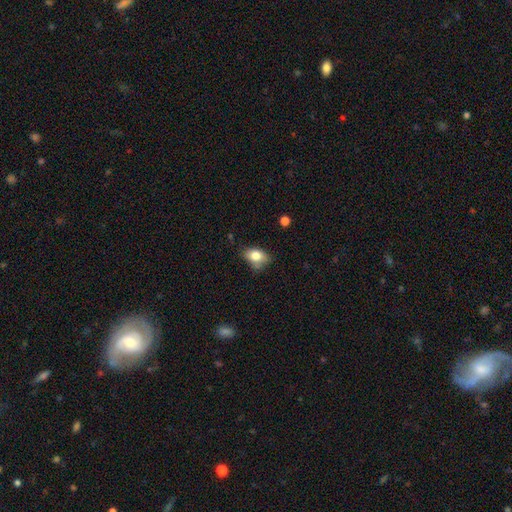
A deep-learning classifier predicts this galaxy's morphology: A smooth galaxy with no disk features (81%) that is in between round and cigar-shaped (79%).

Vote fractions:
- Smooth or featured? smooth: 81% / featured or disk: 10% / star or artifact: 9%
- How rounded? in between: 79% / round: 19% / cigar-shaped: 2%
- Merging? none: 61% / minor disturbance: 28% / major disturbance: 6% / merger: 5%